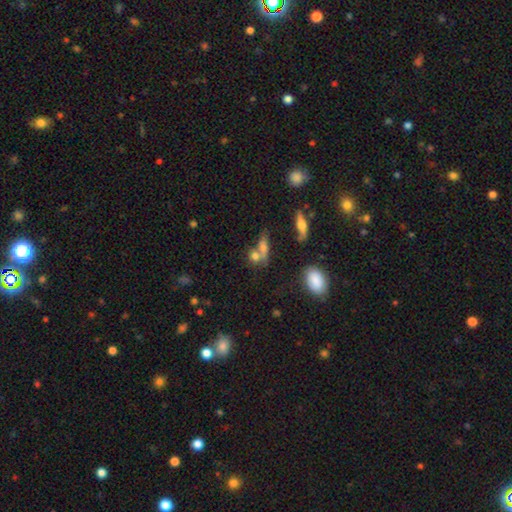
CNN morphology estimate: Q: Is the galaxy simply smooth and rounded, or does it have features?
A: smooth — 62%.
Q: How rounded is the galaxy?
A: round — 49%.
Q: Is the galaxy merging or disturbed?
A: merger — 44%.